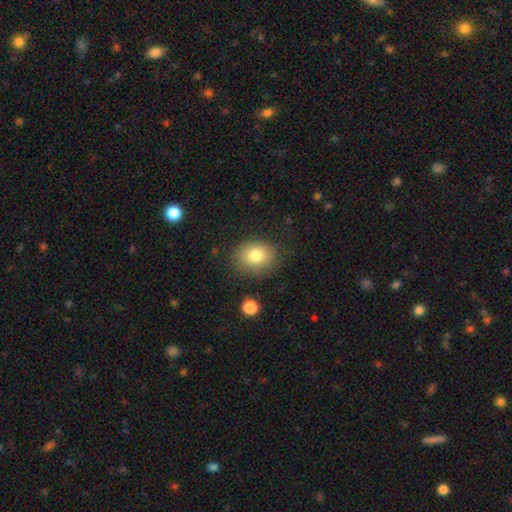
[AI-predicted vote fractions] smooth 79%, featured or disk 11%, star or artifact 10%. Down the decision tree: how rounded — in between (52%); merging — none (76%).